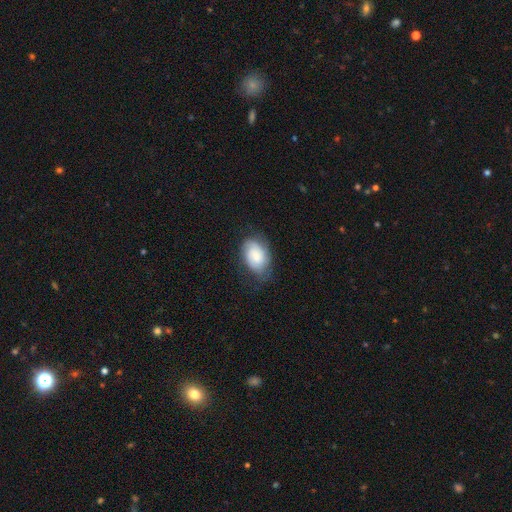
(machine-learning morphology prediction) A smooth galaxy with no disk features (63%) that is in between round and cigar-shaped (84%). Merging: none (63%).